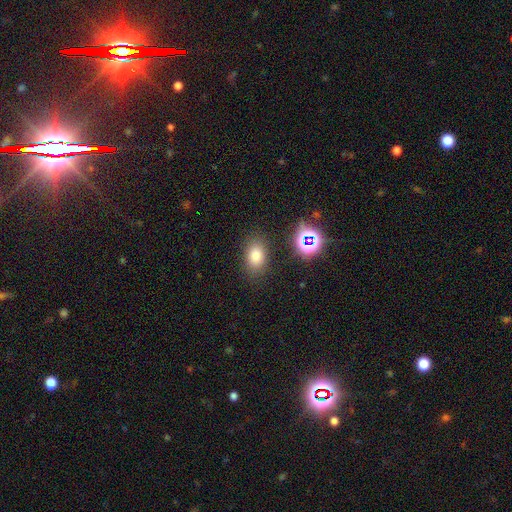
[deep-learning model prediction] Smooth or featured? smooth (75%)
How rounded? in between (78%)
Merging? none (82%)